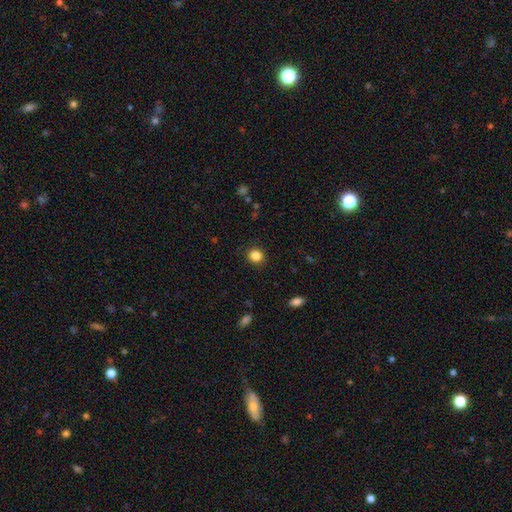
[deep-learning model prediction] Overall: smooth (85%). How rounded: round (85%). Merging: none (90%).